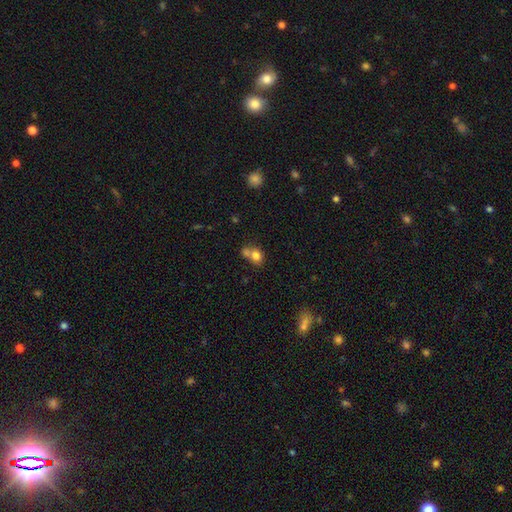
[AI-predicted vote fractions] Overall: smooth (77%). How rounded: round (68%; in between 31%). Merging: merger (49%; none 37%).